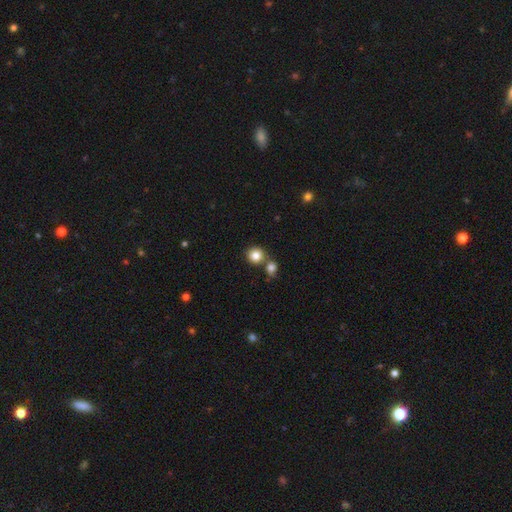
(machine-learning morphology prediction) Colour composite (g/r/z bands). It shows a smooth galaxy with no disk features (83%) that is round (87%). Merging: none (62%).